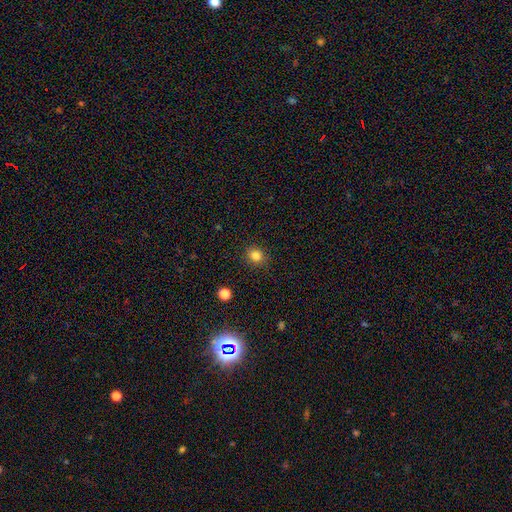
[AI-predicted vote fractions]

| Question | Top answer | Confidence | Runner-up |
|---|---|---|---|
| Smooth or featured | smooth | 83% | star or artifact (12%) |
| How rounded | round | 79% | in between (20%) |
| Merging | none | 89% | minor disturbance (8%) |